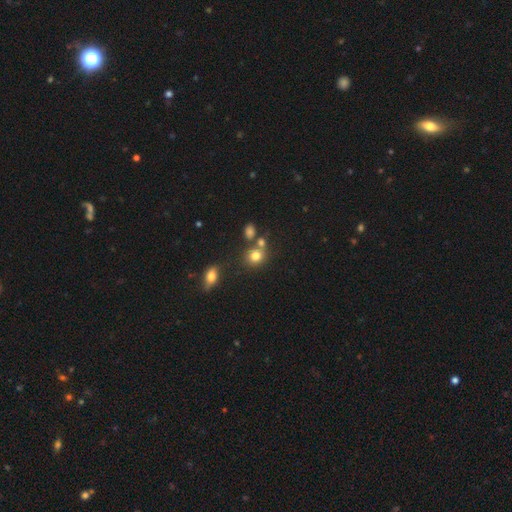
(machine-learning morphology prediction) type=smooth (78%); roundness=round (76%); merging=none (59%).